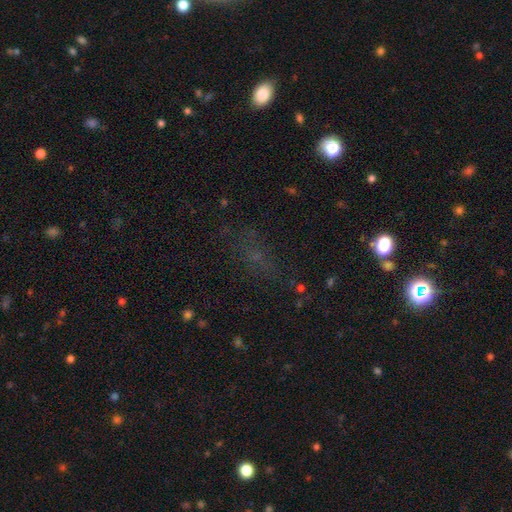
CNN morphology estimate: This is marginally a star or artifact rather than a galaxy (44%).